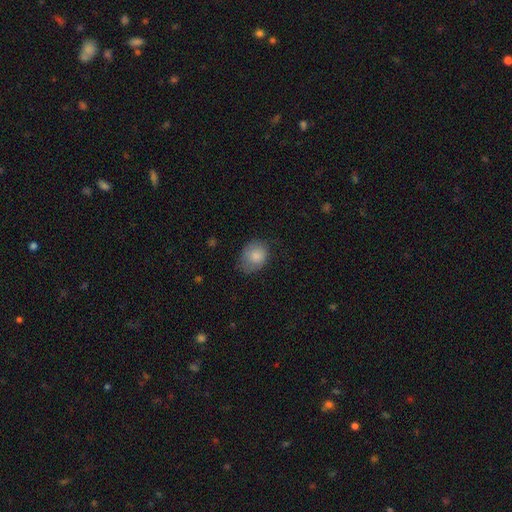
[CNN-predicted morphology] A smooth galaxy with no disk features (83%) that is in between round and cigar-shaped (56%). Merging: none (59%).